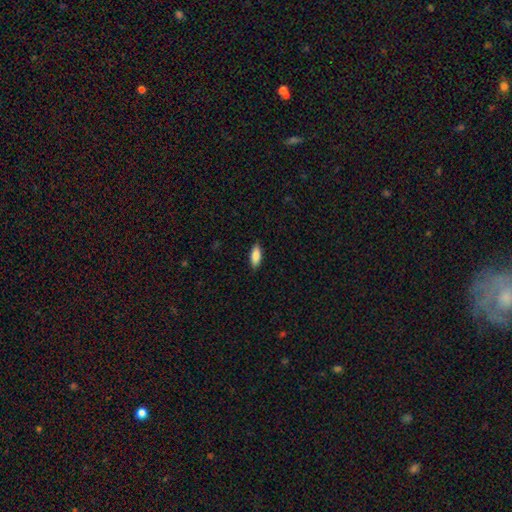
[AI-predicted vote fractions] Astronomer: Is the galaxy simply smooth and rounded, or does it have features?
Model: smooth — 86%.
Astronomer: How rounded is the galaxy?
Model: in between — 74%.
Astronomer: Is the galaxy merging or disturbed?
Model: none — 87%.